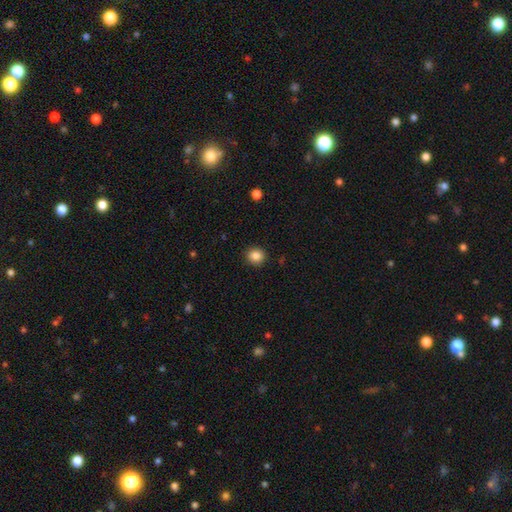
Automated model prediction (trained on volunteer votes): This appears to be a smooth galaxy with no disk features (86%) that is round (85%). Merging: none (91%).